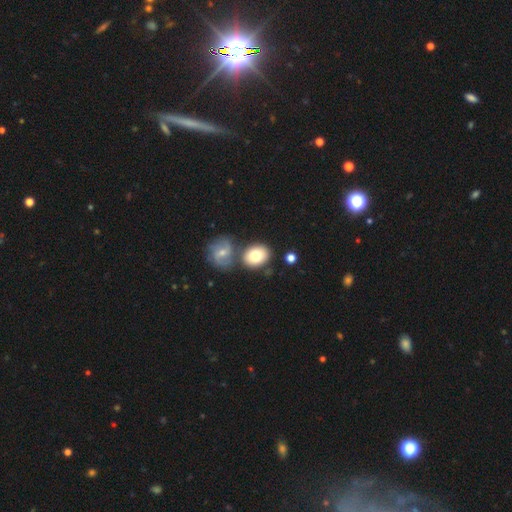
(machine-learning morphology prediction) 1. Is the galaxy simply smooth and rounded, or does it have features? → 73% smooth, 19% featured or disk, 7% star or artifact.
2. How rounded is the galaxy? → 50% round, 49% in between, 1% cigar-shaped.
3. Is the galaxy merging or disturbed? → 62% none, 21% merger, 13% minor disturbance, 4% major disturbance.